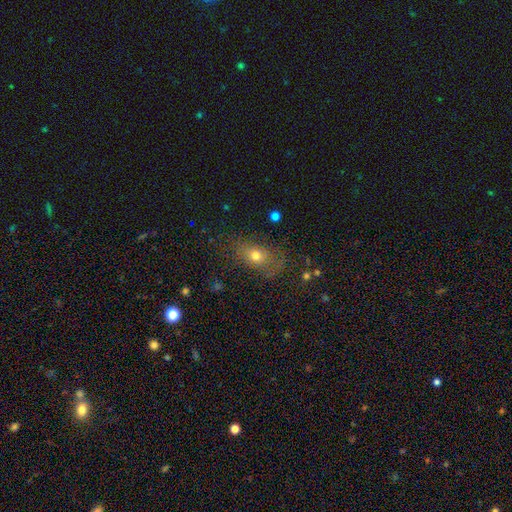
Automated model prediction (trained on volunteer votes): The model was most divided on "merging": none: 64%, minor disturbance: 20%, major disturbance: 13%, merger: 2%. More confident: how rounded — in between (72%); smooth or featured — smooth (69%).